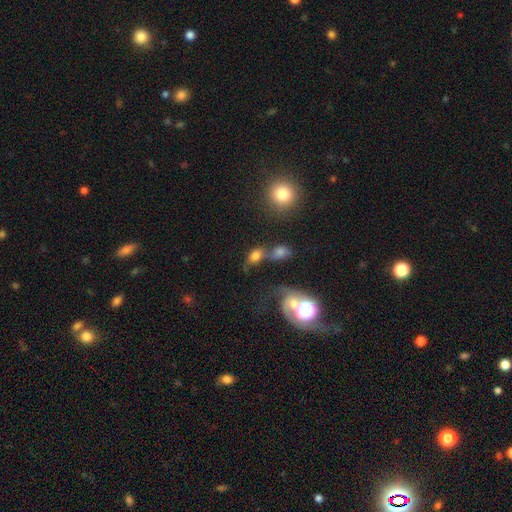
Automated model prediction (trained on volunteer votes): Q: Smooth or featured?
A: smooth (66%); runner-up: featured or disk (18%)
Q: How rounded?
A: in between (73%); runner-up: round (23%)
Q: Merging?
A: merger (44%); runner-up: none (30%)